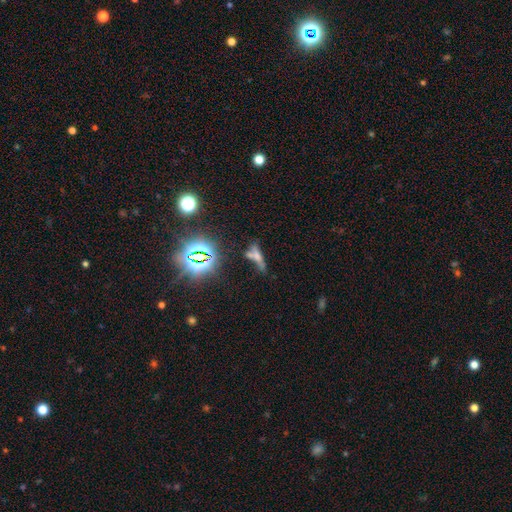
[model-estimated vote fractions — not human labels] Morphology: type=smooth (44%); merging=none (36%).